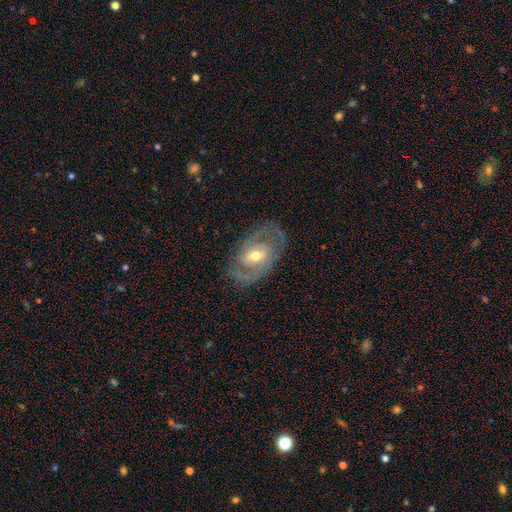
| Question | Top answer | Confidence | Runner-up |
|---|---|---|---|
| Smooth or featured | featured or disk | 81% | smooth (17%) |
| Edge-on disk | no | 97% | yes (3%) |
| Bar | no | 57% | weak (25%) |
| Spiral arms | yes | 86% | no (14%) |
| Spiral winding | medium | 46% | tight (38%) |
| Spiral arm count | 2 | 79% | can't tell (17%) |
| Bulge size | moderate | 61% | small (32%) |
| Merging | none | 80% | minor disturbance (14%) |